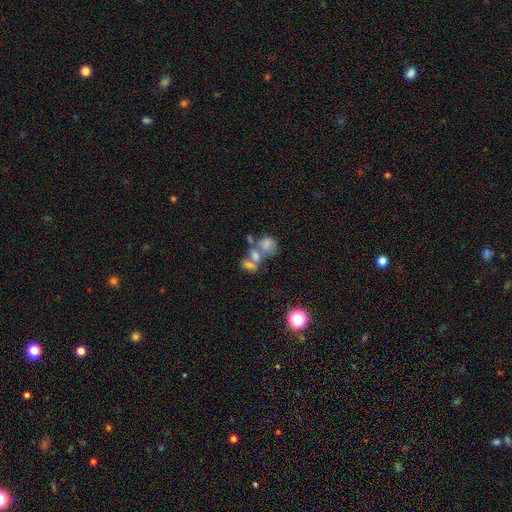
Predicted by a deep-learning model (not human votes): Overall: smooth (43%; featured or disk 36%). Merging: merger (62%).